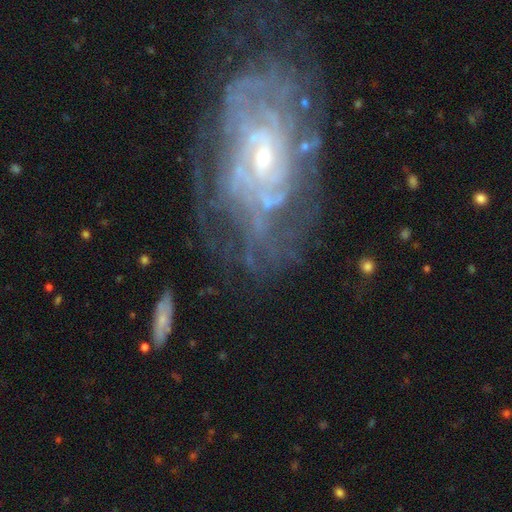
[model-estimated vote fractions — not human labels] A featured or disk galaxy (83%) with no bar (56%), tight (69%) spiral arms (88%) and a small central bulge (59%). Merging: none (63%).